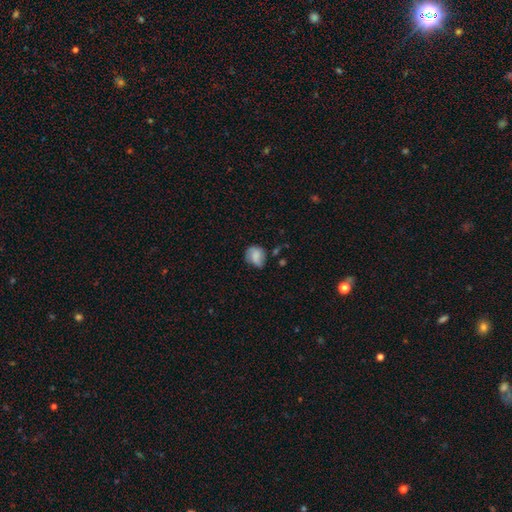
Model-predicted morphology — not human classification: smooth 66%, featured or disk 25%, star or artifact 9%. Down the decision tree: how rounded — round (54%); merging — none (48%).